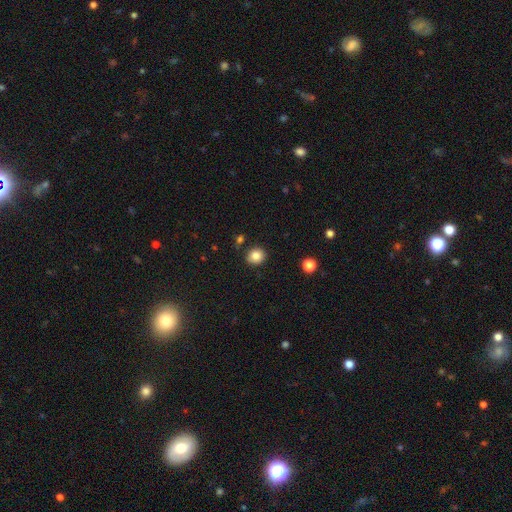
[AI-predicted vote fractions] This is clearly a smooth galaxy (84%). How rounded: likely round (79%). Merging: clearly none (86%).